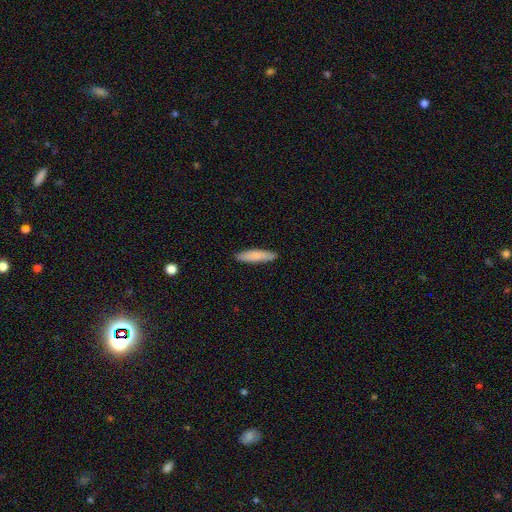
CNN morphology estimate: This is clearly a smooth galaxy (84%). How rounded: likely cigar-shaped (80%). Merging: clearly none (89%).